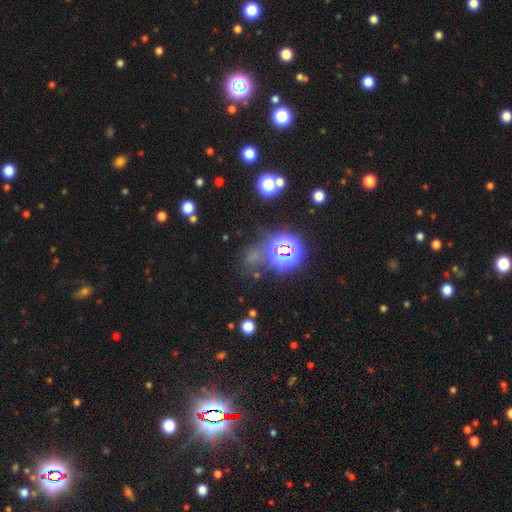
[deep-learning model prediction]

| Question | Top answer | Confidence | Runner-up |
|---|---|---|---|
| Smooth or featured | star or artifact | 63% | smooth (28%) |